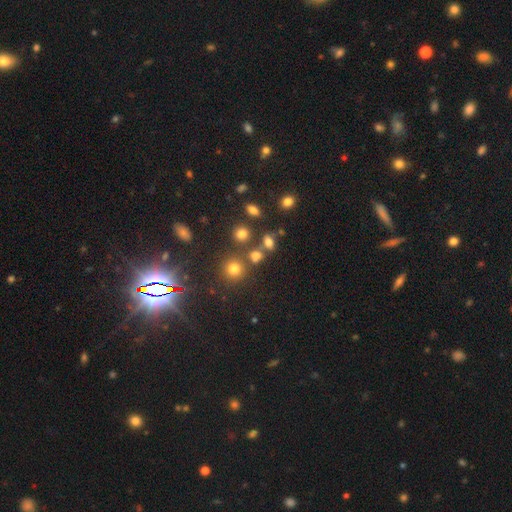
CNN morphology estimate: type=smooth (53%); roundness=round (73%); merging=none (69%).